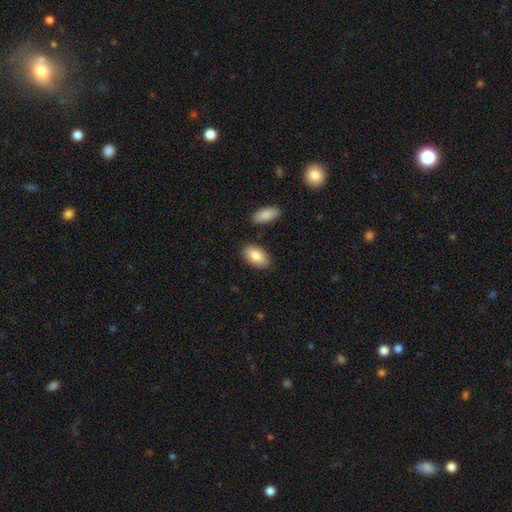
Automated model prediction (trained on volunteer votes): Smooth or featured? Predicted: smooth (p=0.86). How rounded? Predicted: in between (p=0.94). Merging? Predicted: none (p=0.84).